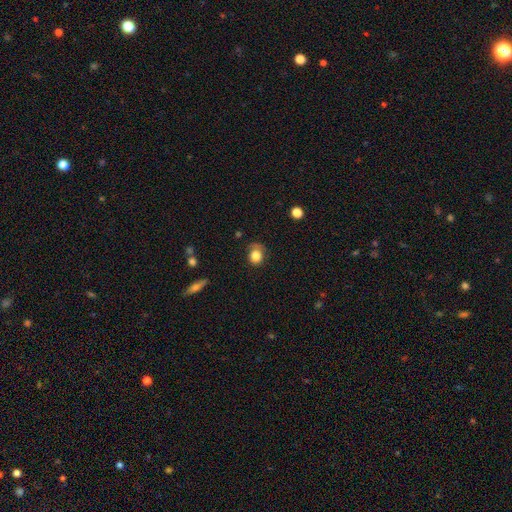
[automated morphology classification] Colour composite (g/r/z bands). It shows a smooth galaxy with no disk features (80%) that is round (70%). Merging: none (60%).